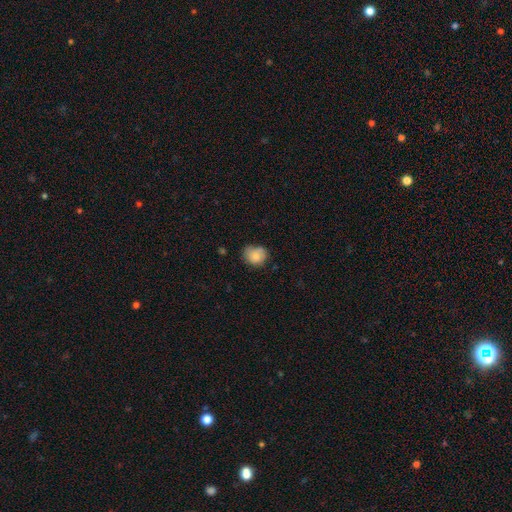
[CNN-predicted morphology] Smooth or featured? Predicted: smooth (p=0.81). How rounded? Predicted: round (p=0.67). Merging? Predicted: none (p=0.60).